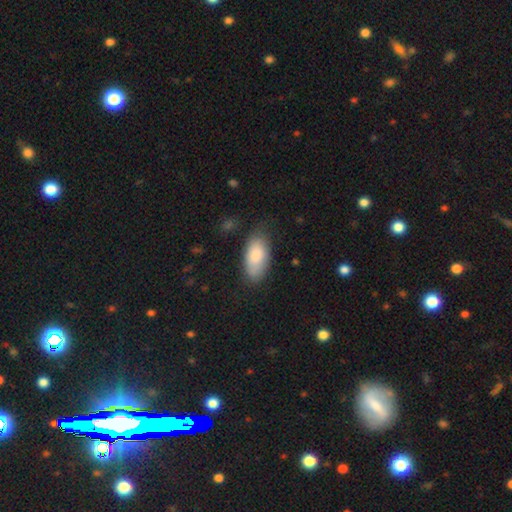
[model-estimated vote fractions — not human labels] Morphology: type=smooth (83%); roundness=in between (93%); merging=none (70%).